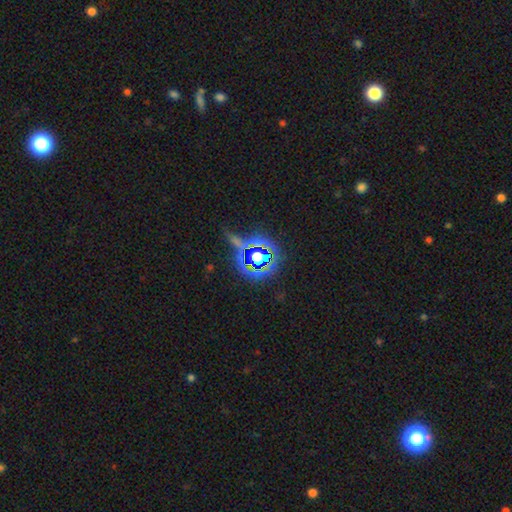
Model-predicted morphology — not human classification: The model was most divided on "smooth or featured": star or artifact: 80%, smooth: 12%, featured or disk: 8%.